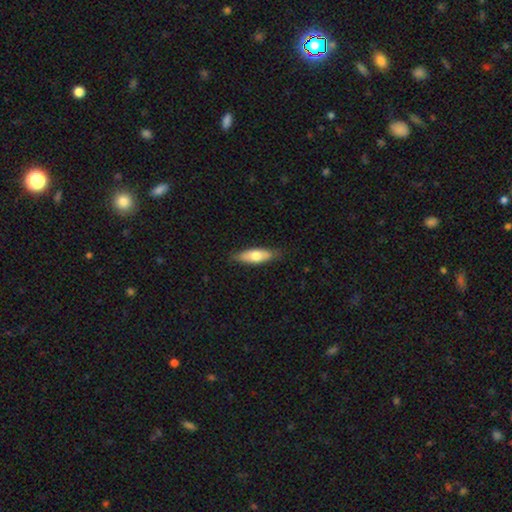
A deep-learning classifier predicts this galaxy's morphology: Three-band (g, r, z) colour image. It shows a smooth galaxy with no disk features (65%) that is in between round and cigar-shaped (57%). Merging: none (83%).